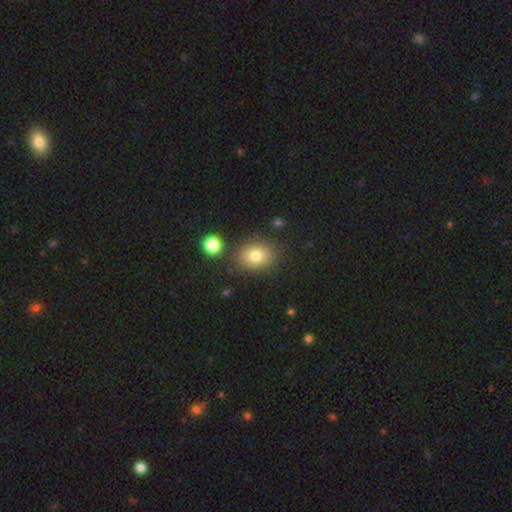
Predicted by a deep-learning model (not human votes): A smooth galaxy with no disk features (80%) that is round (50%).

Vote fractions:
- Smooth or featured? smooth: 80% / star or artifact: 11% / featured or disk: 9%
- How rounded? round: 50% / in between: 49% / cigar-shaped: 1%
- Merging? none: 82% / minor disturbance: 10% / merger: 5% / major disturbance: 3%